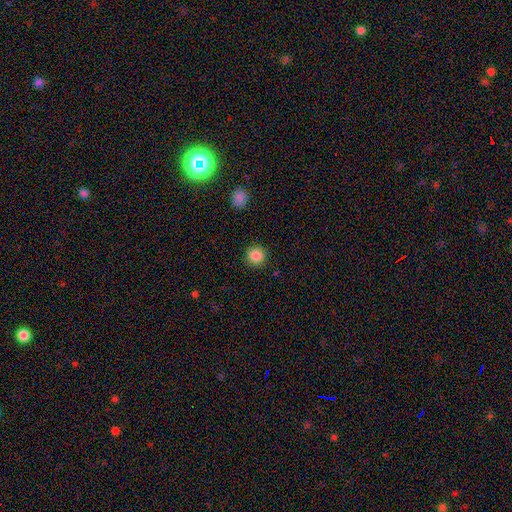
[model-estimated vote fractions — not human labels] A smooth galaxy with no disk features (87%) that is round (94%).

Vote fractions:
- Smooth or featured? smooth: 87% / star or artifact: 10% / featured or disk: 4%
- How rounded? round: 94% / in between: 5% / cigar-shaped: 1%
- Merging? none: 92% / minor disturbance: 5% / major disturbance: 2% / merger: 1%